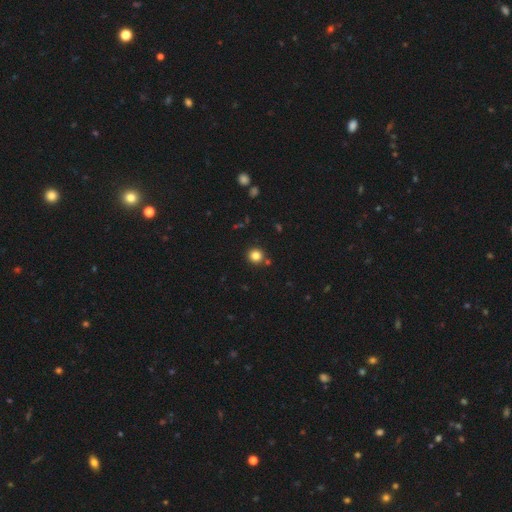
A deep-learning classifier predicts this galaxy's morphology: A smooth galaxy with no disk features (82%) that is round (93%).

Vote fractions:
- Smooth or featured? smooth: 82% / star or artifact: 13% / featured or disk: 5%
- How rounded? round: 93% / in between: 6% / cigar-shaped: 1%
- Merging? none: 85% / minor disturbance: 7% / merger: 5% / major disturbance: 2%